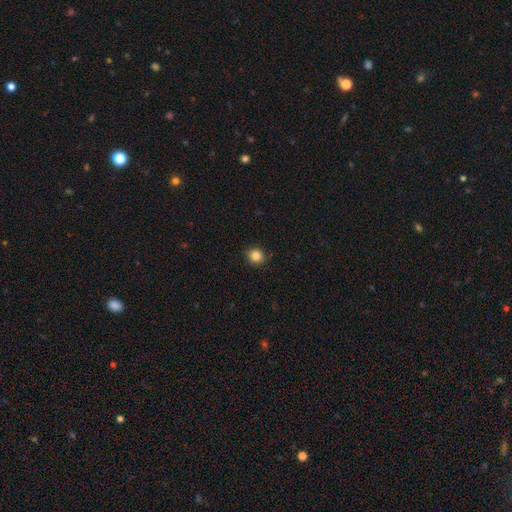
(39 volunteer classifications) Smooth or featured: smooth — 87% (star or artifact — 10%)
How rounded: round — 97% (in between — 3%)
Merging: none — 86% (minor disturbance — 14%)